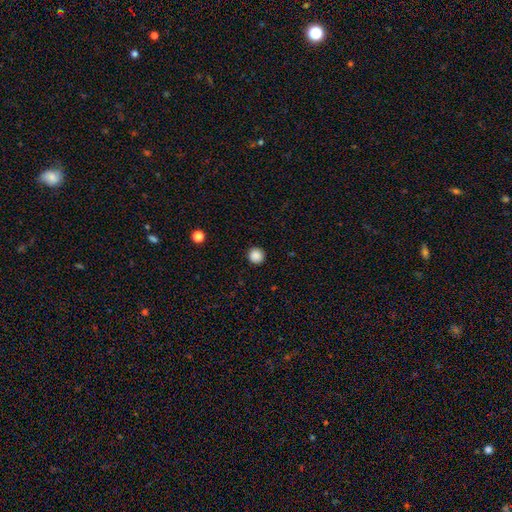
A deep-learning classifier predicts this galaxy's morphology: smooth 87%, star or artifact 10%, featured or disk 2%. Down the decision tree: how rounded — round (96%); merging — none (93%).